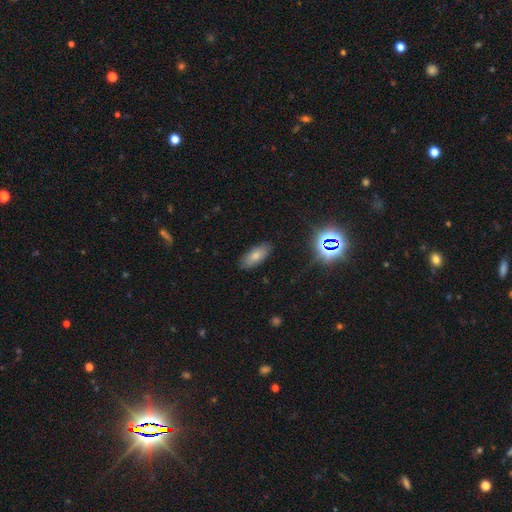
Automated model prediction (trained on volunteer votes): A smooth galaxy with no disk features (76%) that is in between round and cigar-shaped (85%).

Vote fractions:
- Smooth or featured? smooth: 76% / featured or disk: 13% / star or artifact: 11%
- How rounded? in between: 85% / cigar-shaped: 13% / round: 3%
- Merging? none: 85% / minor disturbance: 11% / major disturbance: 3% / merger: 1%